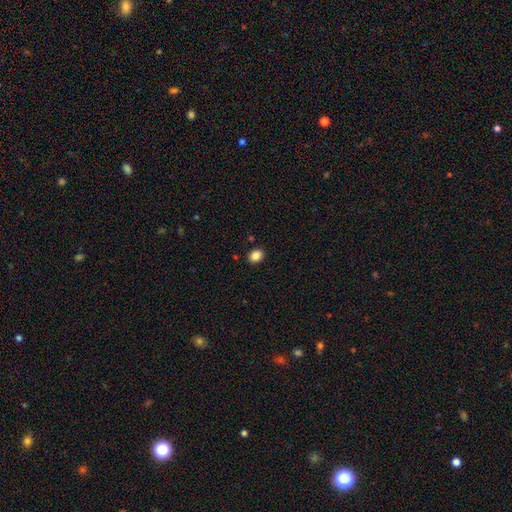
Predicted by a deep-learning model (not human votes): Smooth or featured? Predicted: smooth (p=0.87). How rounded? Predicted: round (p=0.51). Merging? Predicted: none (p=0.90).